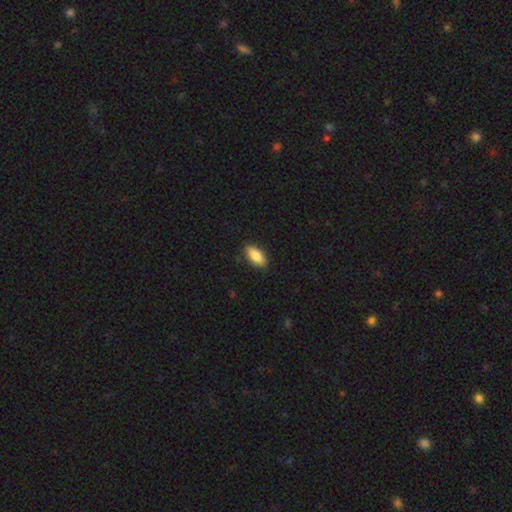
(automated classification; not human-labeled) Q: Smooth or featured?
A: smooth (84%); runner-up: featured or disk (10%)
Q: How rounded?
A: in between (83%); runner-up: cigar-shaped (15%)
Q: Merging?
A: none (87%); runner-up: minor disturbance (10%)